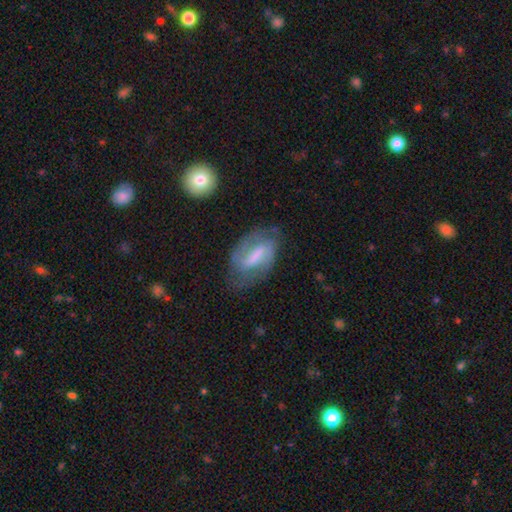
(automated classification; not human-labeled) featured or disk 66%, smooth 26%, star or artifact 7%. Down the decision tree: edge-on disk — no (94%); bar — strong (49%); spiral arms — yes (80%); bulge size — none (34%); merging — none (61%).